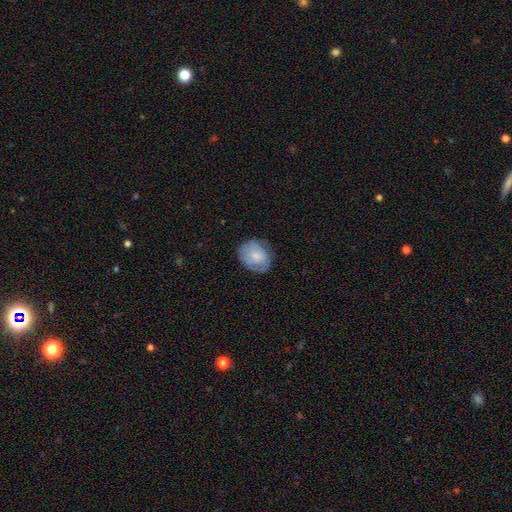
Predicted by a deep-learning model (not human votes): A smooth galaxy with no disk features (73%) that is round (54%).

Vote fractions:
- Smooth or featured? smooth: 73% / featured or disk: 20% / star or artifact: 7%
- How rounded? round: 54% / in between: 45% / cigar-shaped: 1%
- Merging? none: 70% / minor disturbance: 22% / major disturbance: 7% / merger: 1%